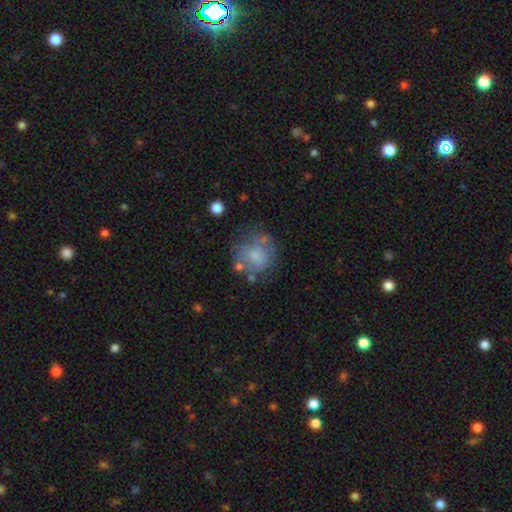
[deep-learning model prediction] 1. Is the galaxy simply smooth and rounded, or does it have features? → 58% smooth, 31% featured or disk, 11% star or artifact.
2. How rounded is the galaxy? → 77% round, 23% in between, 1% cigar-shaped.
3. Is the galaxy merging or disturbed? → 49% none, 23% minor disturbance, 19% major disturbance, 9% merger.